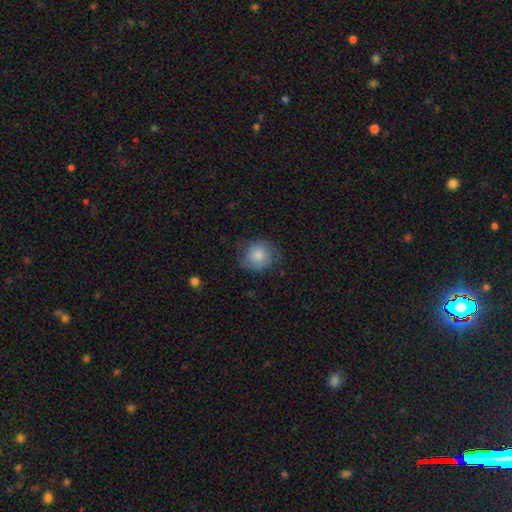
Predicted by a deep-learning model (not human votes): smooth_or_featured: smooth (p=0.65) [alt: featured or disk p=0.27]
how_rounded: round (p=0.84) [alt: in between p=0.15]
merging: none (p=0.69) [alt: minor disturbance p=0.22]